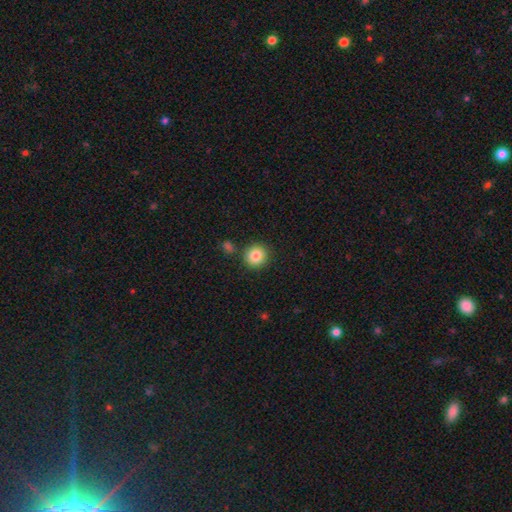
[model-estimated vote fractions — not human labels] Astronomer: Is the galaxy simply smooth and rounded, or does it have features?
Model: smooth — 85%.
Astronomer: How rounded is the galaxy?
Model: round — 91%.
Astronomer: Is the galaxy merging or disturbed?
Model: none — 85%.